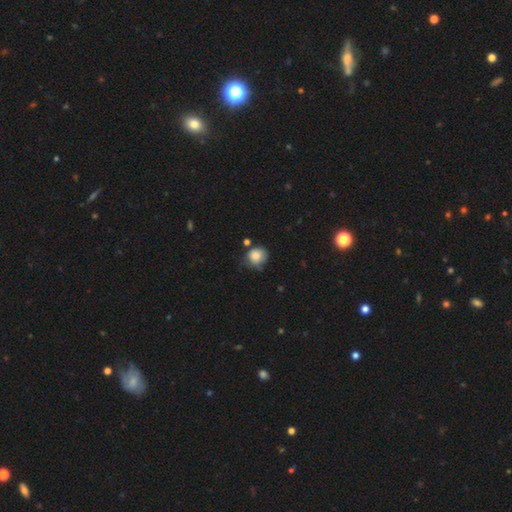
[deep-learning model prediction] Smooth or featured? Predicted: smooth (p=0.81). How rounded? Predicted: round (p=0.82). Merging? Predicted: none (p=0.55).